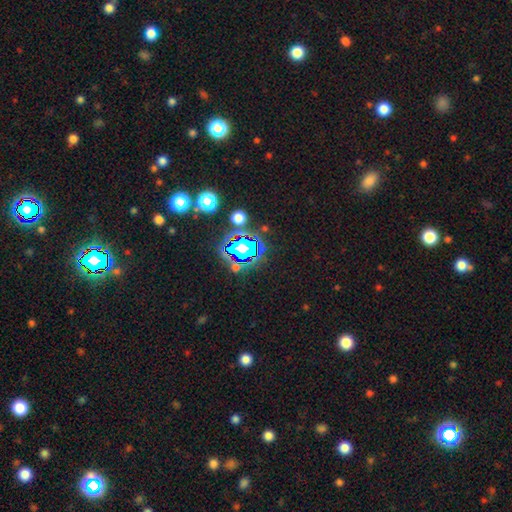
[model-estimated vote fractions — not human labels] This is clearly a star or artifact rather than a galaxy (81%).